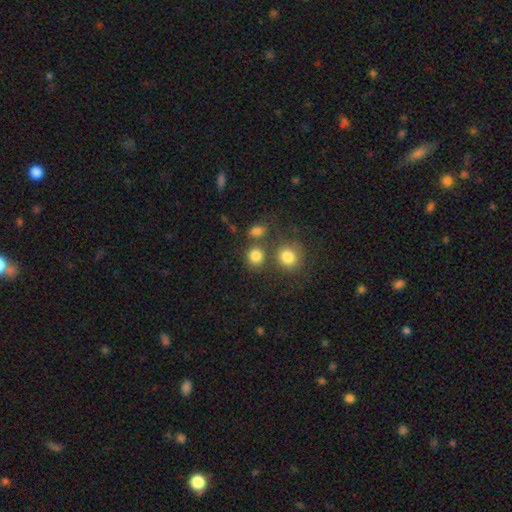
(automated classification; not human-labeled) Q: Smooth or featured?
A: smooth (81%); runner-up: star or artifact (13%)
Q: How rounded?
A: round (80%); runner-up: in between (19%)
Q: Merging?
A: none (64%); runner-up: merger (22%)